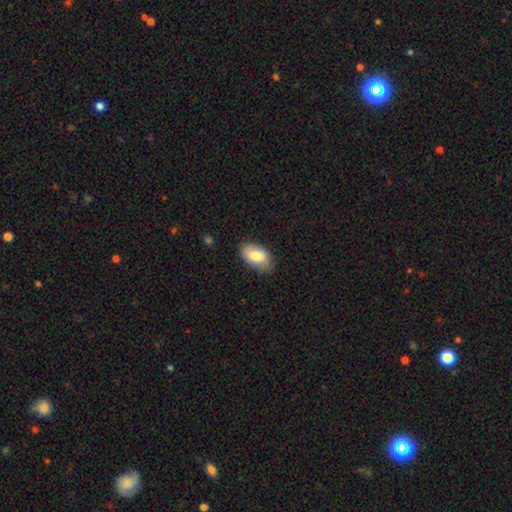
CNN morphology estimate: Smooth or featured? smooth (81%)
How rounded? in between (93%)
Merging? none (81%)